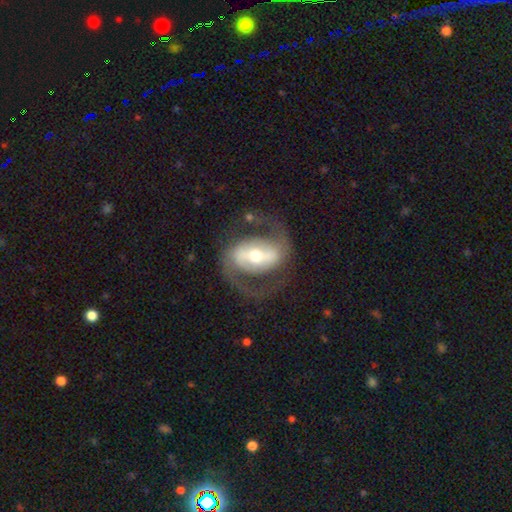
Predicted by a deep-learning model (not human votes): Smooth or featured? featured or disk (86%)
Edge-on disk? no (96%)
Bar? strong (56%)
Spiral arms? yes (90%)
Spiral winding? medium (54%)
Spiral arm count? 2 (91%)
Bulge size? moderate (64%)
Merging? none (74%)